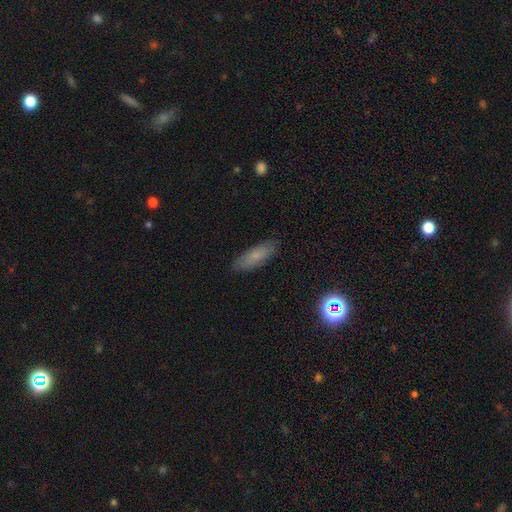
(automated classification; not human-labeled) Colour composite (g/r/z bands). It shows a smooth galaxy with no disk features (72%) that is in between round and cigar-shaped (59%). Merging: none (84%).